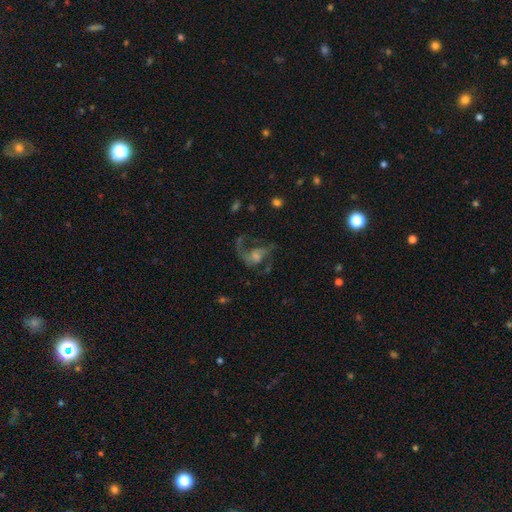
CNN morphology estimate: This is likely a featured or disk galaxy (72%). It is clearly not viewed edge-on (97%). Bar: likely no (66%). Spiral arm pattern: clearly yes (86%). Spiral arm count: possibly 2 (47%). Spiral winding: likely loose (61%). Central bulge: marginally small (41%). Merging: marginally none (44%).